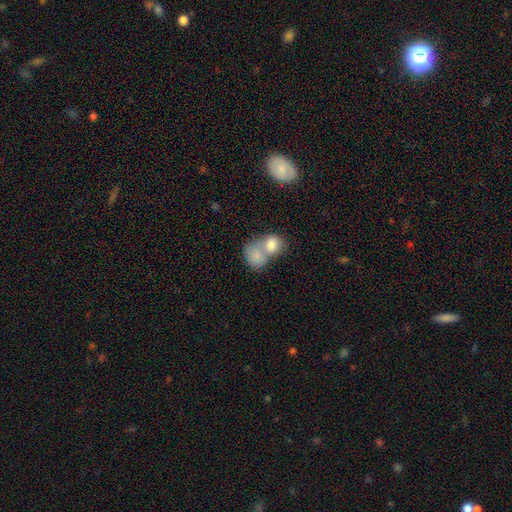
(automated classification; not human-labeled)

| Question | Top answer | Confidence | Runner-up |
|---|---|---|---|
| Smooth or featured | smooth | 79% | featured or disk (13%) |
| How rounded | round | 53% | in between (46%) |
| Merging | merger | 74% | none (16%) |